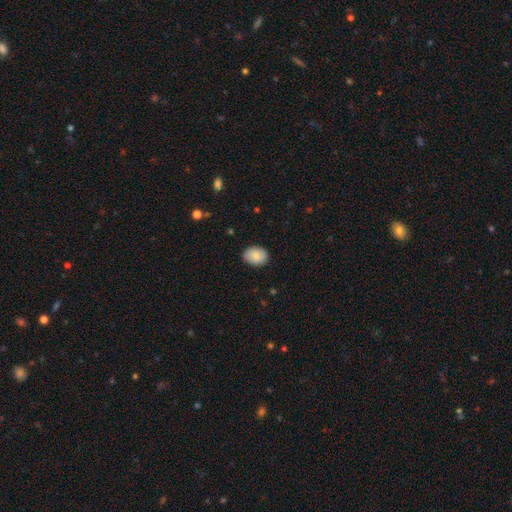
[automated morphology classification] Smooth or featured: smooth — 85% (featured or disk — 8%)
How rounded: in between — 70% (round — 29%)
Merging: none — 85% (minor disturbance — 12%)